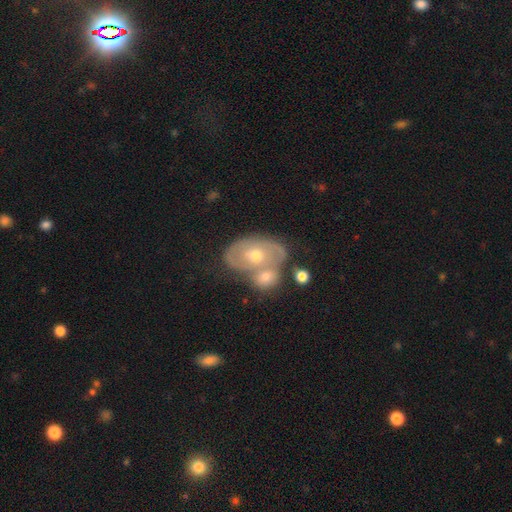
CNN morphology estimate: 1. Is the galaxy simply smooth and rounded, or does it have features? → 69% featured or disk, 24% smooth, 8% star or artifact.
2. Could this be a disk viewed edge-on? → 95% no, 5% yes.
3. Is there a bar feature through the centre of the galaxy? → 75% no, 20% weak, 5% strong.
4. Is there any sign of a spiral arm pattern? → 67% yes, 33% no.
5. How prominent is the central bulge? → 67% moderate, 28% small, 3% large, 1% none, 1% dominant.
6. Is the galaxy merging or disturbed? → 45% merger, 37% none, 12% minor disturbance, 6% major disturbance.